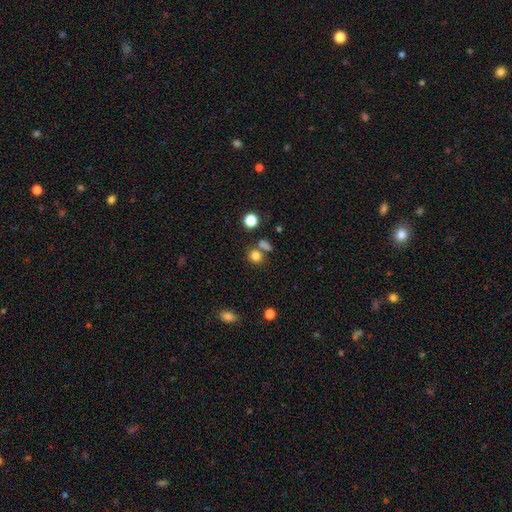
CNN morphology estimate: smooth-or-featured: smooth: 79% | star or artifact: 14% | featured or disk: 7%
  how-rounded: round: 75% | in between: 24% | cigar-shaped: 1%
  merging: none: 64% | merger: 22% | minor disturbance: 10% | major disturbance: 4%